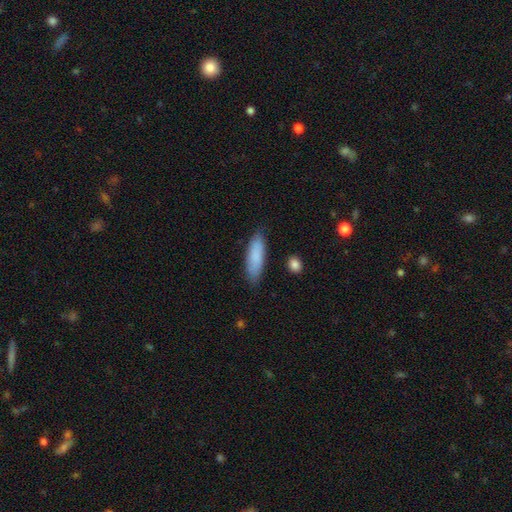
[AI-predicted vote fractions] The model was most divided on "how rounded": in between: 50%, cigar-shaped: 48%, round: 2%. More confident: smooth or featured — smooth (85%); merging — none (83%).